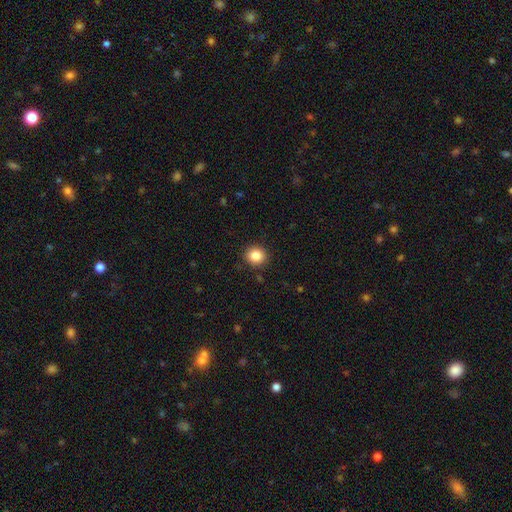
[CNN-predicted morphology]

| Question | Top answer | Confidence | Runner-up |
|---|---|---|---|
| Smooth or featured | smooth | 85% | star or artifact (10%) |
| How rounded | round | 88% | in between (11%) |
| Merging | none | 91% | minor disturbance (6%) |